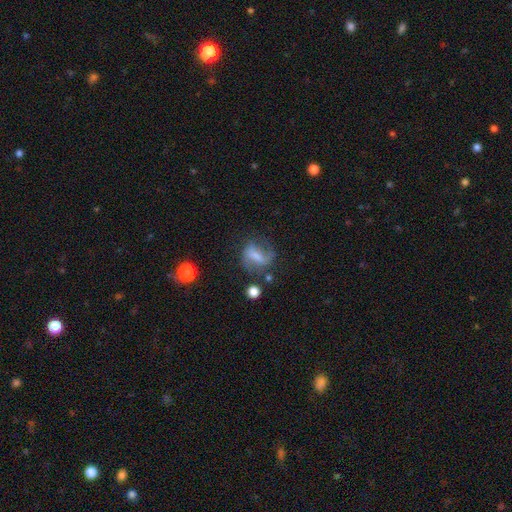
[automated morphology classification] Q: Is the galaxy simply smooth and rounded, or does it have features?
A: featured or disk — 48%.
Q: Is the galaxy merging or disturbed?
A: none — 50%.